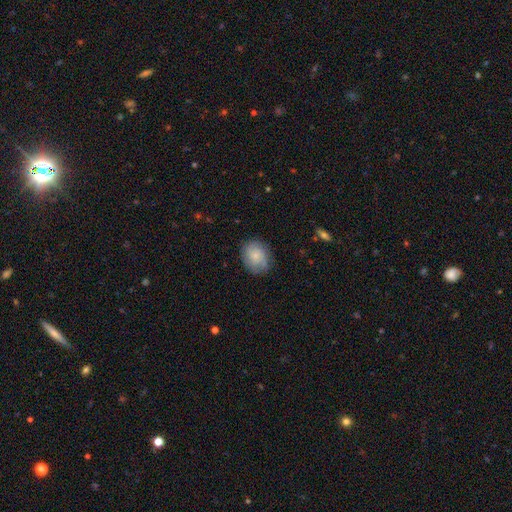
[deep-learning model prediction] Overall: smooth (70%). How rounded: round (59%; in between 40%). Merging: none (77%).